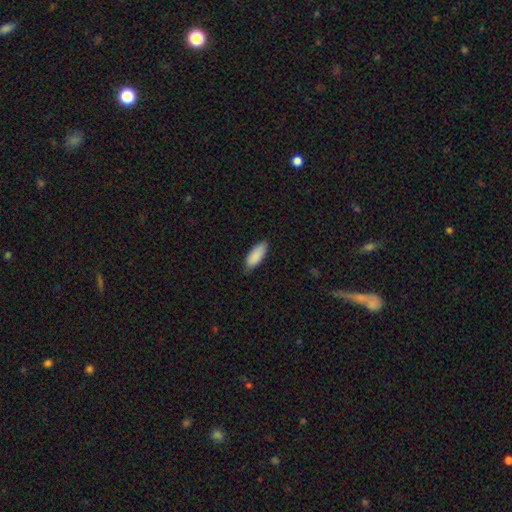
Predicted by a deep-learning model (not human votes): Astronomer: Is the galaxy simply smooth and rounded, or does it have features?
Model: smooth — 89%.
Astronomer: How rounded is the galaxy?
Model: in between — 79%.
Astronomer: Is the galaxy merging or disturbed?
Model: none — 75%.